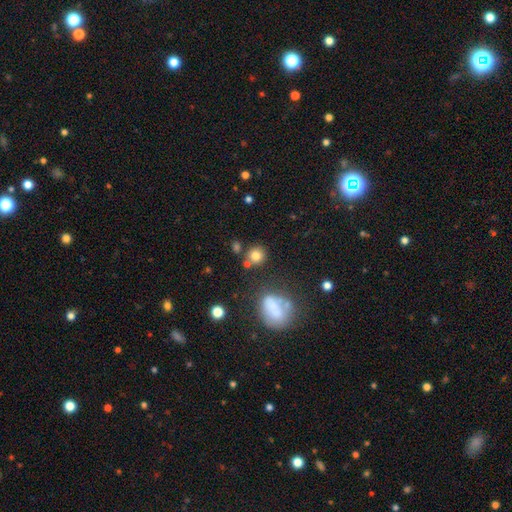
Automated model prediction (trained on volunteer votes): Smooth or featured? smooth (78%)
How rounded? round (86%)
Merging? none (72%)